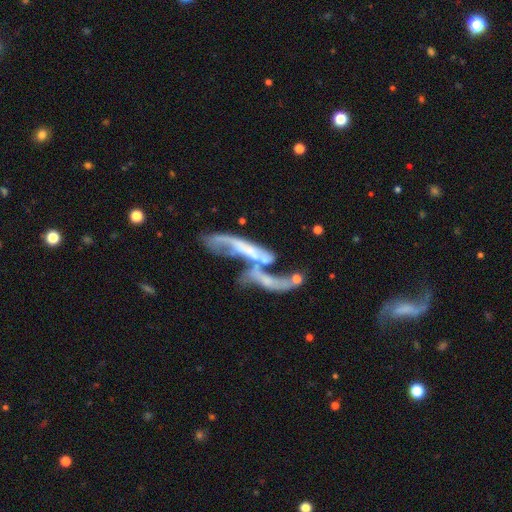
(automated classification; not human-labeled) Smooth or featured? featured or disk (59%)
Edge-on disk? no (75%)
Merging? merger (60%)